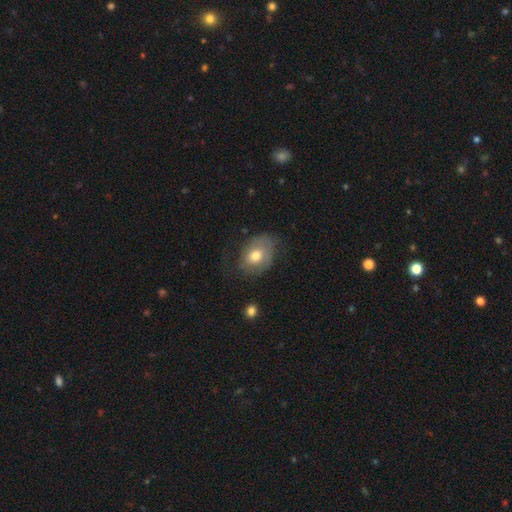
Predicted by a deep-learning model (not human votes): Smooth or featured? smooth (67%)
How rounded? in between (67%)
Merging? none (52%)